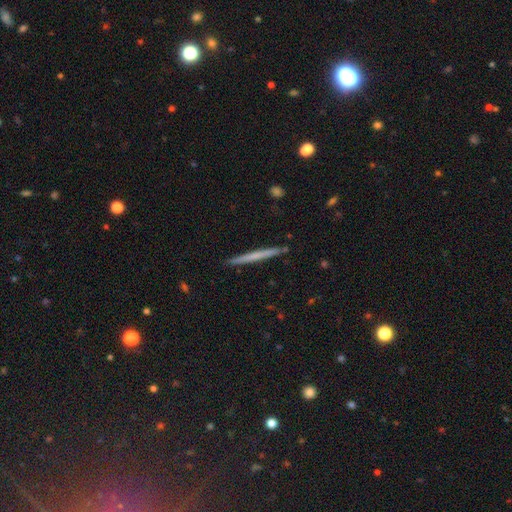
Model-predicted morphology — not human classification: Smooth or featured? smooth (52%)
How rounded? cigar-shaped (97%)
Merging? none (92%)